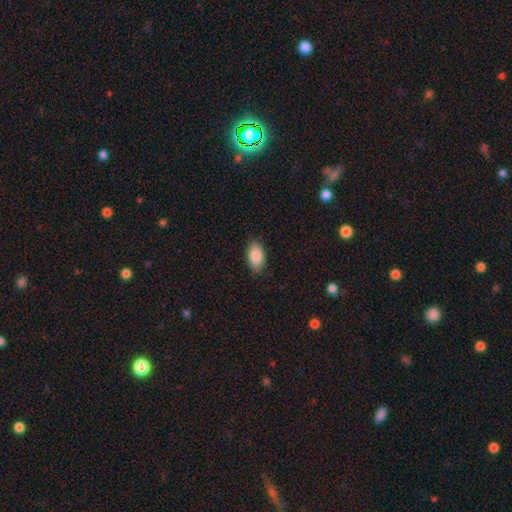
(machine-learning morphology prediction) Smooth or featured: smooth — 87% (star or artifact — 7%)
How rounded: in between — 93% (round — 5%)
Merging: none — 87% (minor disturbance — 10%)